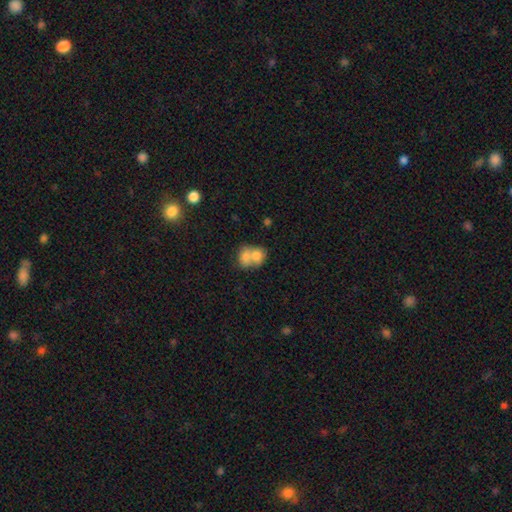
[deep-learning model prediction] smooth 72%, featured or disk 20%, star or artifact 8%. Down the decision tree: how rounded — round (51%); merging — merger (74%).